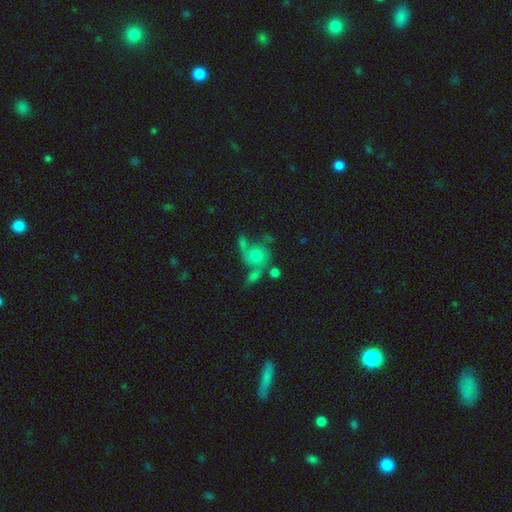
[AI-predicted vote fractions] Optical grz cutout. It shows a smooth galaxy with no disk features (44%). Merging: none (35%).